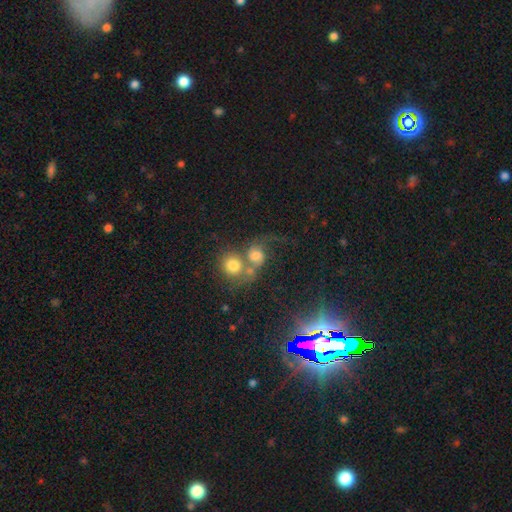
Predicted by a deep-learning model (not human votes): A smooth galaxy with no disk features (54%) that is round (74%).

Vote fractions:
- Smooth or featured? smooth: 54% / featured or disk: 33% / star or artifact: 13%
- How rounded? round: 74% / in between: 25% / cigar-shaped: 1%
- Merging? merger: 57% / none: 22% / major disturbance: 12% / minor disturbance: 8%